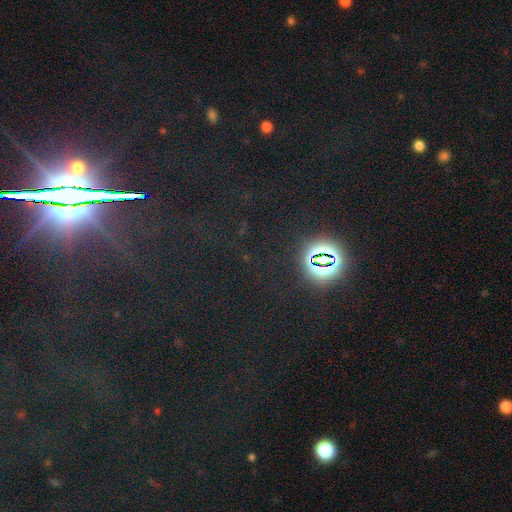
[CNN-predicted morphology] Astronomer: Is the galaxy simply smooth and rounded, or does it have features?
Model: star or artifact — 80%.